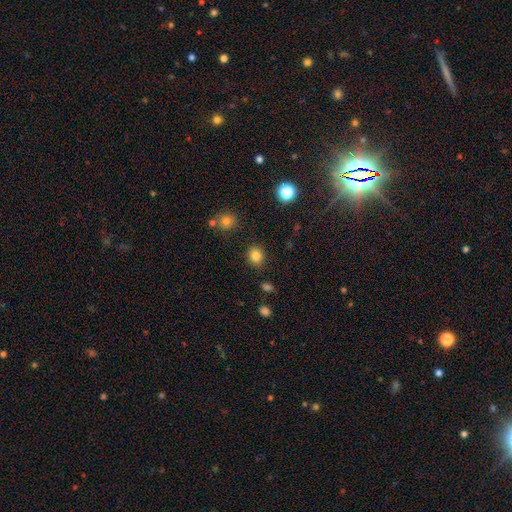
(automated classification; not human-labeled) Overall: smooth (82%). How rounded: round (70%). Merging: none (87%).